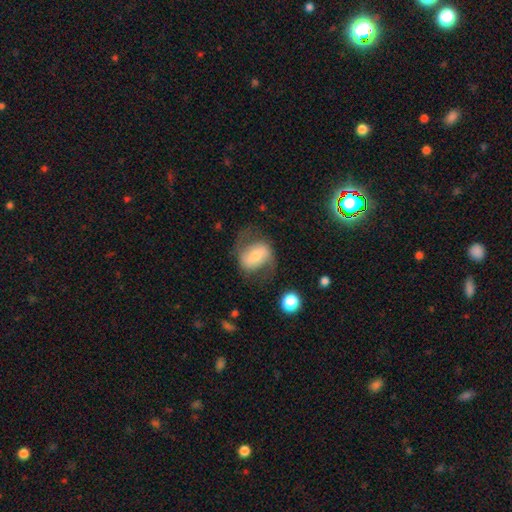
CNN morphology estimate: featured or disk 60%, smooth 33%, star or artifact 8%. Down the decision tree: edge-on disk — no (96%); bar — weak (39%); spiral arms — yes (85%); bulge size — moderate (47%); merging — none (60%).